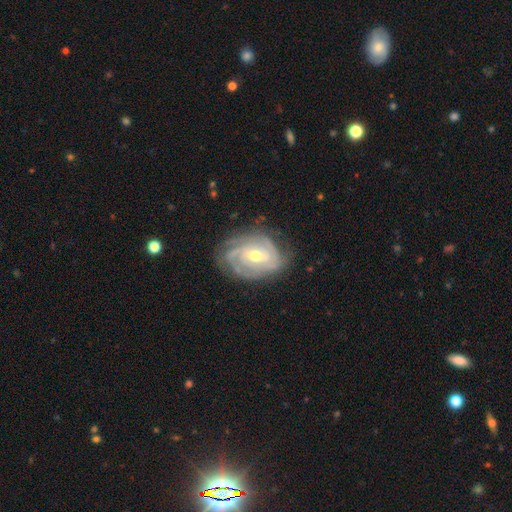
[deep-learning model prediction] A featured or disk galaxy (89%) with no bar (47%), 3 (31%) tight (72%) spiral arms (97%) and a moderate central bulge (58%). Merging: none (73%).